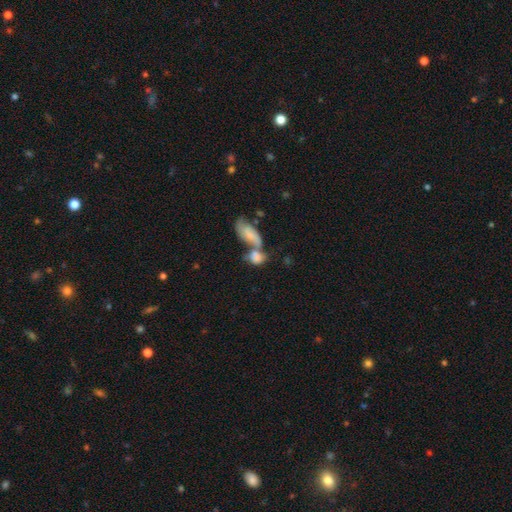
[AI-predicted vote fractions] A smooth galaxy with no disk features (62%) that is in between round and cigar-shaped (77%).

Vote fractions:
- Smooth or featured? smooth: 62% / featured or disk: 28% / star or artifact: 10%
- How rounded? in between: 77% / round: 13% / cigar-shaped: 9%
- Merging? merger: 65% / none: 19% / minor disturbance: 9% / major disturbance: 7%